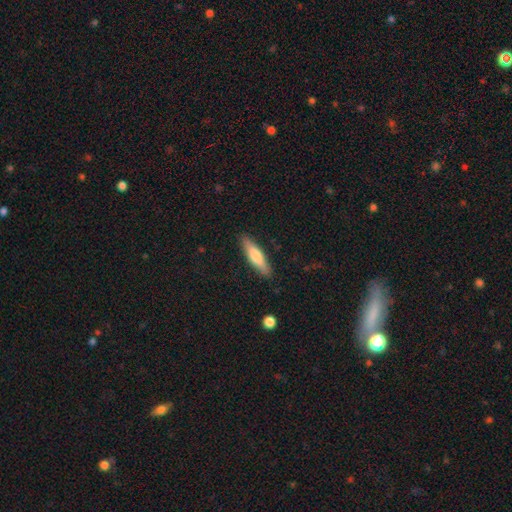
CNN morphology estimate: Smooth or featured? smooth (70%)
How rounded? cigar-shaped (73%)
Merging? none (88%)